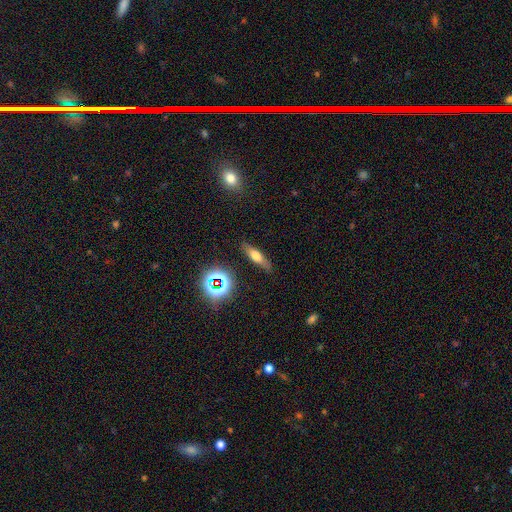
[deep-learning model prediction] Smooth or featured: smooth — 54% (featured or disk — 31%)
How rounded: cigar-shaped — 60% (in between — 34%)
Merging: none — 82% (minor disturbance — 12%)